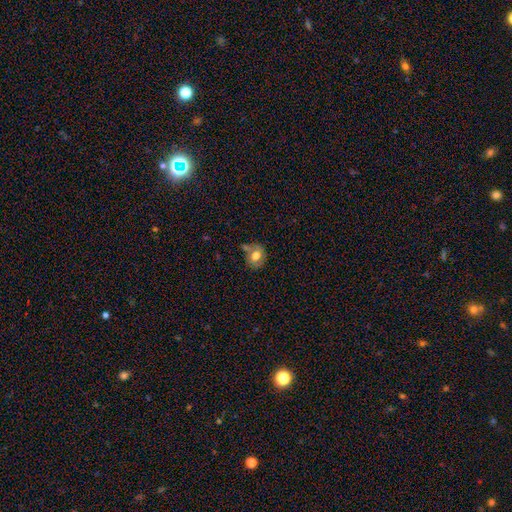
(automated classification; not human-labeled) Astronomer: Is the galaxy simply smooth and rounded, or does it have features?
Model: smooth — 70%.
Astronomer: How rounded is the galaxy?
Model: round — 57% (runner-up: in between, 42%).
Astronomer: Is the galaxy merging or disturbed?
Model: none — 53%.